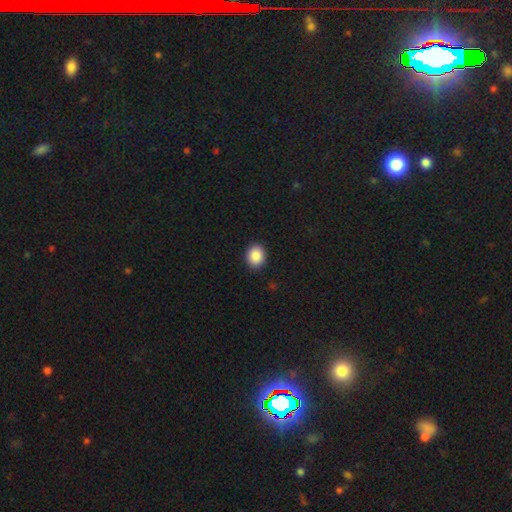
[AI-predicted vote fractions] smooth 89%, star or artifact 8%, featured or disk 3%. Down the decision tree: how rounded — round (58%); merging — none (91%).